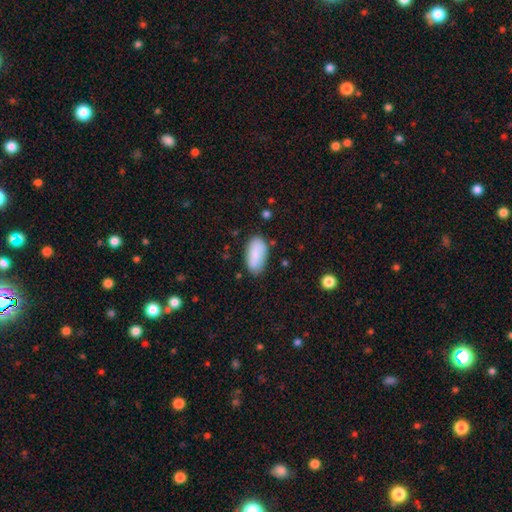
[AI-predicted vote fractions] smooth 83%, featured or disk 10%, star or artifact 7%. Down the decision tree: how rounded — in between (93%); merging — none (77%).